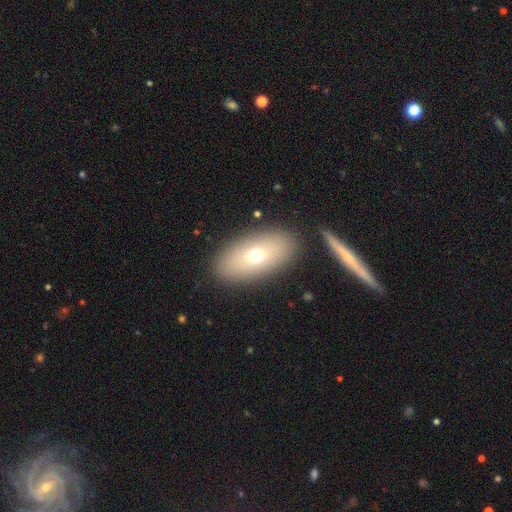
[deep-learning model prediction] Overall: smooth (67%). How rounded: in between (90%). Merging: none (84%).